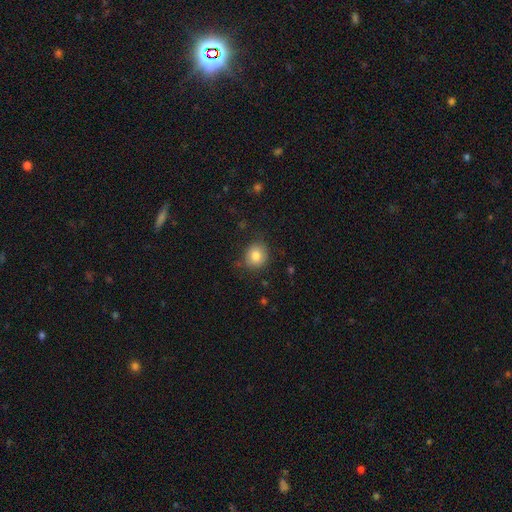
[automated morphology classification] smooth-or-featured: smooth: 83% | star or artifact: 9% | featured or disk: 8%
  how-rounded: round: 80% | in between: 19% | cigar-shaped: 1%
  merging: none: 81% | minor disturbance: 14% | major disturbance: 3% | merger: 2%